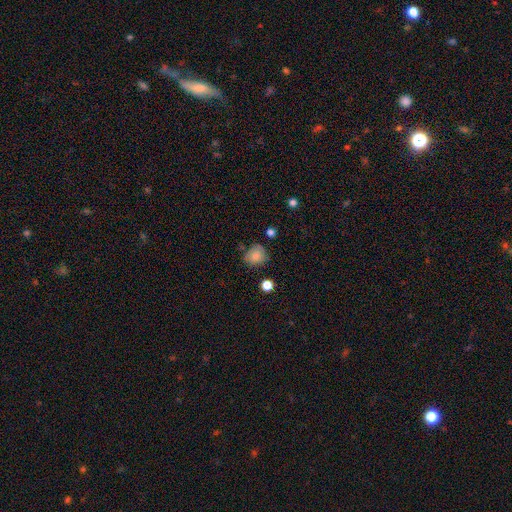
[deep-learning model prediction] Smooth or featured?
  - smooth: 82% *
  - star or artifact: 10%
  - featured or disk: 8%
How rounded?
  - round: 75% *
  - in between: 24%
  - cigar-shaped: 1%
Merging?
  - none: 68% *
  - minor disturbance: 22%
  - major disturbance: 5%
  - merger: 4%